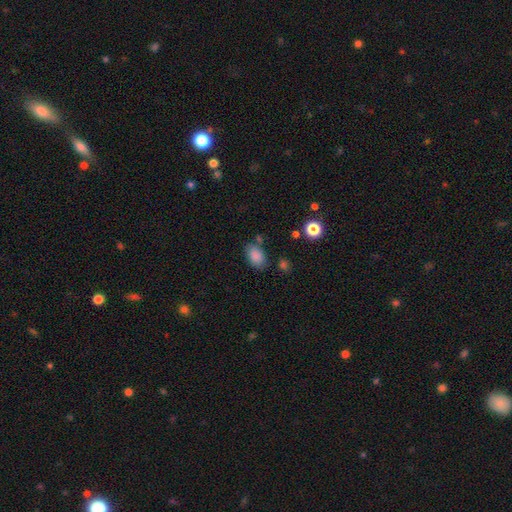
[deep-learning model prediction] smooth 86%, star or artifact 9%, featured or disk 5%. Down the decision tree: how rounded — in between (86%); merging — none (71%).